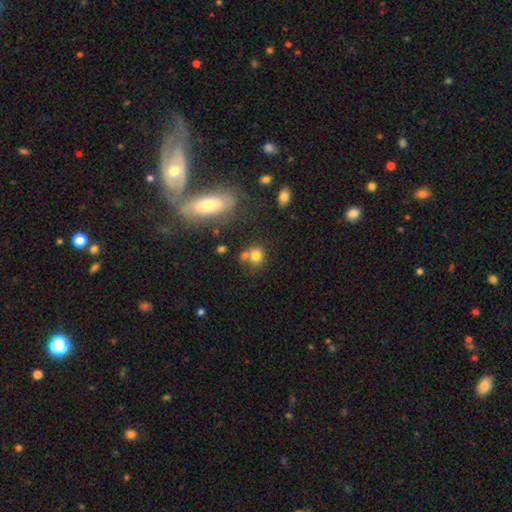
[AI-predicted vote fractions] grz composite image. It shows a smooth galaxy with no disk features (78%) that is round (80%). Merging: none (57%).